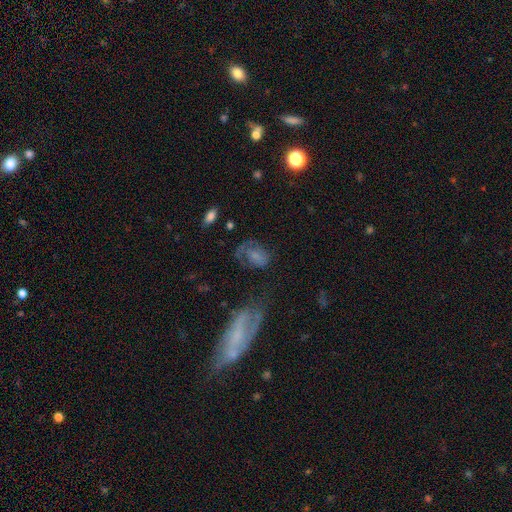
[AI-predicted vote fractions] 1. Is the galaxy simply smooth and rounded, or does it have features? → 44% featured or disk, 43% smooth, 13% star or artifact.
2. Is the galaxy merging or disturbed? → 42% none, 29% major disturbance, 23% minor disturbance, 6% merger.